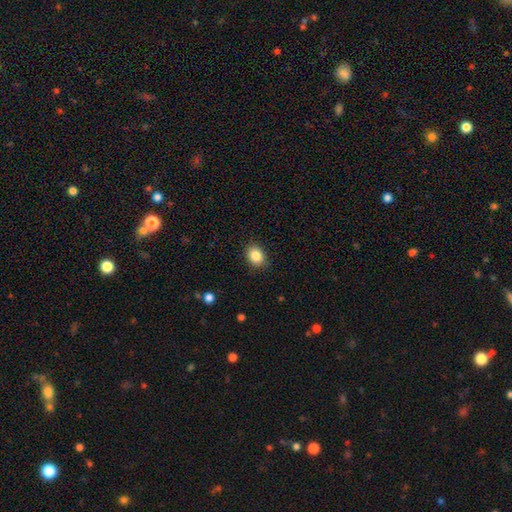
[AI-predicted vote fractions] The model was most divided on "how rounded": in between: 58%, round: 41%, cigar-shaped: 1%. More confident: merging — none (86%); smooth or featured — smooth (86%).